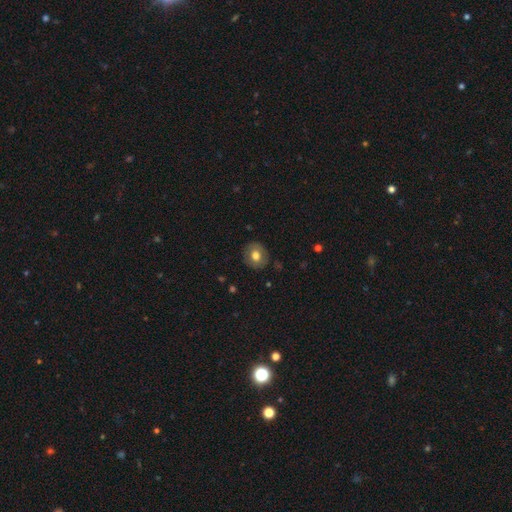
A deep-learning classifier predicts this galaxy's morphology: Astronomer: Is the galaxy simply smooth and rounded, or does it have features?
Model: smooth — 71%.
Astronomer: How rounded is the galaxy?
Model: round — 80%.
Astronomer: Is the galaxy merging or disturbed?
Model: none — 86%.